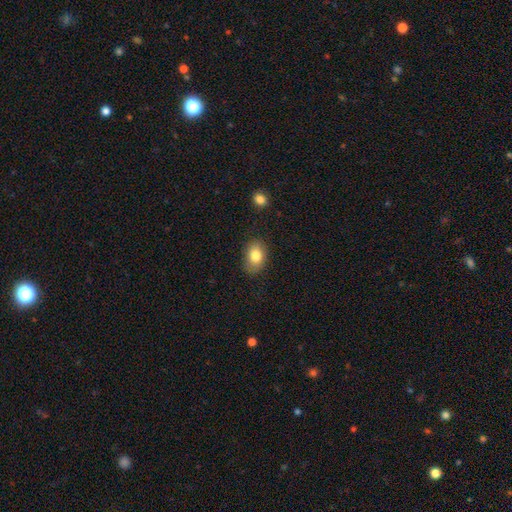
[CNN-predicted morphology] The model was most divided on "how rounded": in between: 81%, round: 17%, cigar-shaped: 1%. More confident: smooth or featured — smooth (81%); merging — none (81%).